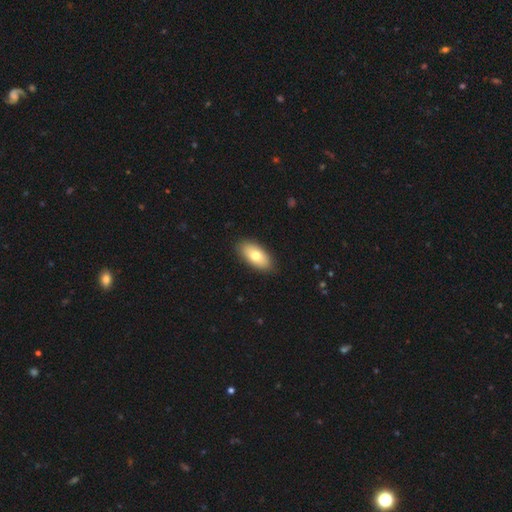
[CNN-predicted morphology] A smooth galaxy with no disk features (75%) that is in between round and cigar-shaped (92%). Merging: none (88%).